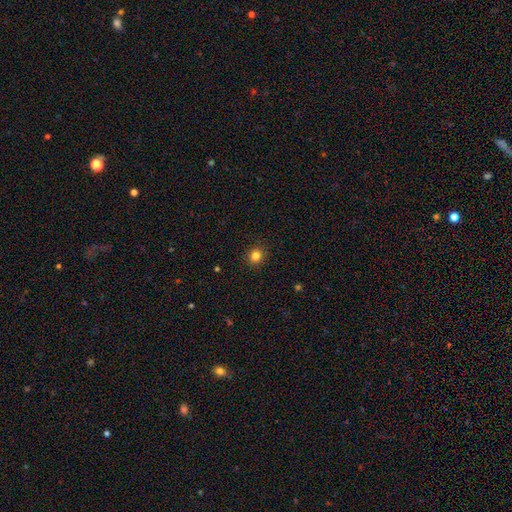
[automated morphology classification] type=smooth (83%); roundness=round (84%); merging=none (91%).